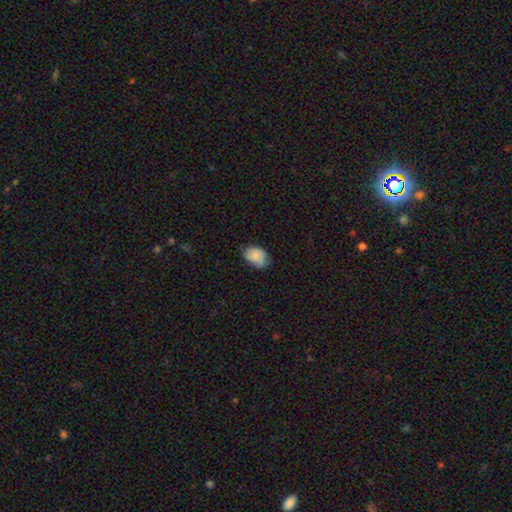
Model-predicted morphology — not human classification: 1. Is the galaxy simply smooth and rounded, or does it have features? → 80% smooth, 12% featured or disk, 8% star or artifact.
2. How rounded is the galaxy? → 79% in between, 20% round, 1% cigar-shaped.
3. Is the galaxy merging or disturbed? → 55% none, 35% minor disturbance, 8% major disturbance, 1% merger.